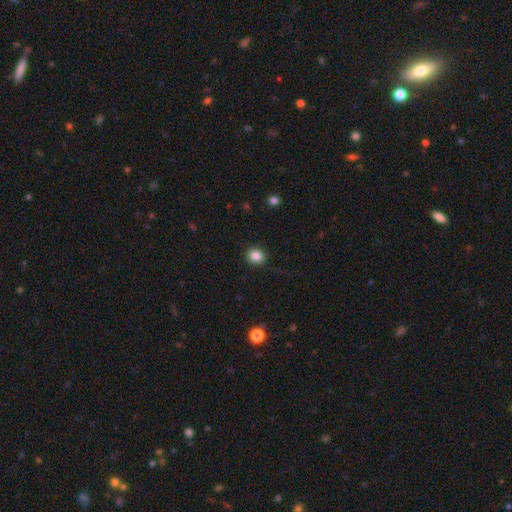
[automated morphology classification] The model was most divided on "how rounded": round: 78%, in between: 21%, cigar-shaped: 1%. More confident: merging — none (89%); smooth or featured — smooth (85%).